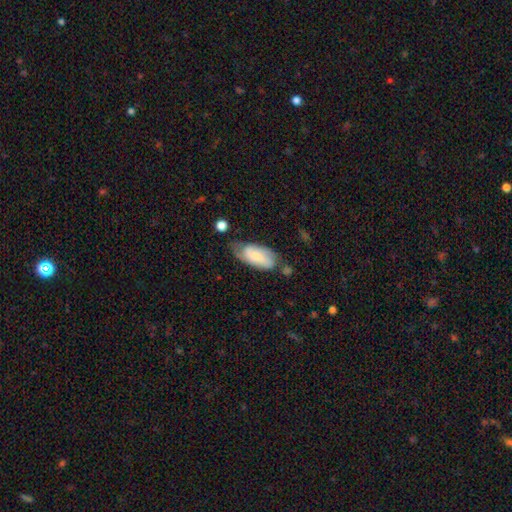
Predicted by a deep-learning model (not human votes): Smooth or featured?
  - smooth: 53% *
  - featured or disk: 40%
  - star or artifact: 7%
How rounded?
  - in between: 84% *
  - cigar-shaped: 14%
  - round: 2%
Merging?
  - none: 49% *
  - minor disturbance: 33%
  - major disturbance: 12%
  - merger: 6%